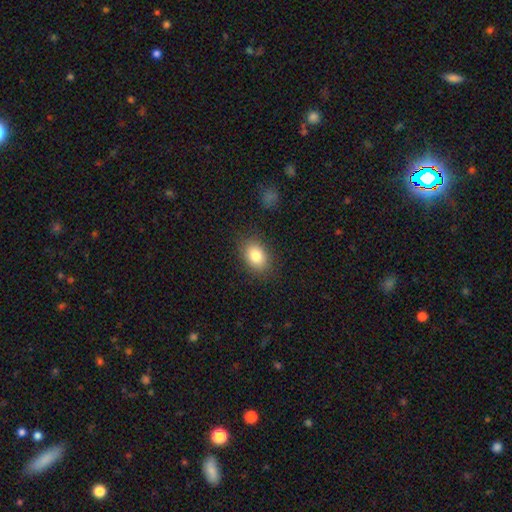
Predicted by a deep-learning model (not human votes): Q: Smooth or featured?
A: smooth (82%); runner-up: featured or disk (9%)
Q: How rounded?
A: in between (77%); runner-up: round (22%)
Q: Merging?
A: none (85%); runner-up: minor disturbance (11%)